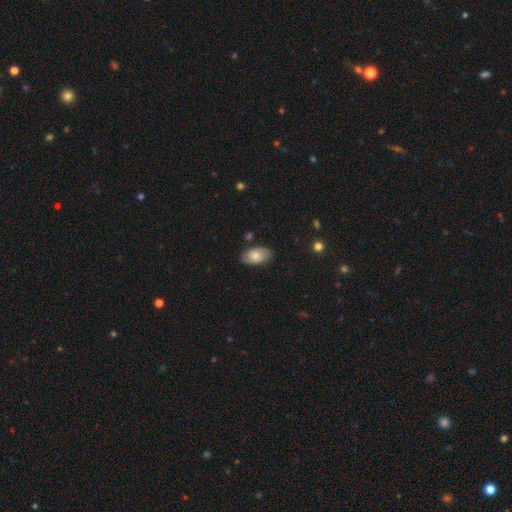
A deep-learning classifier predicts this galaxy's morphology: Smooth or featured? Predicted: smooth (p=0.63). How rounded? Predicted: in between (p=0.93). Merging? Predicted: none (p=0.80).